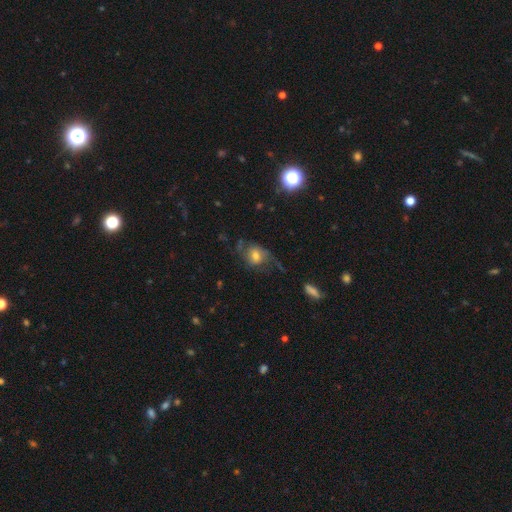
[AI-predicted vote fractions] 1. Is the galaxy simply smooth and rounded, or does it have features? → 56% featured or disk, 34% smooth, 11% star or artifact.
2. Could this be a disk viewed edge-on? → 96% no, 4% yes.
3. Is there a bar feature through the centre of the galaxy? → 57% no, 34% weak, 8% strong.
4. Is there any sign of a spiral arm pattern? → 83% yes, 17% no.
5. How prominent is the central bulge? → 61% moderate, 21% small, 13% large, 3% none, 2% dominant.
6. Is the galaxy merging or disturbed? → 46% none, 29% major disturbance, 22% minor disturbance, 3% merger.